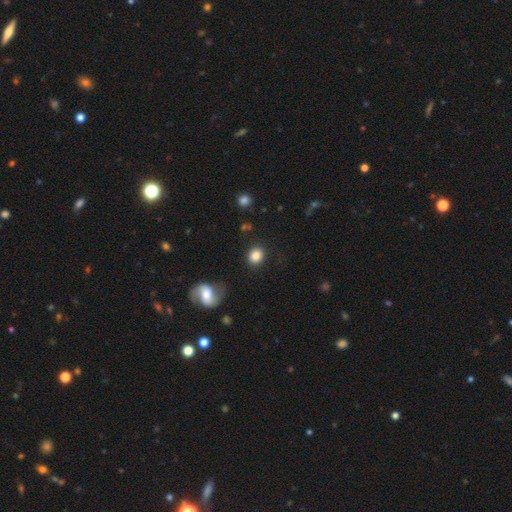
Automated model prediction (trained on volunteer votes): Smooth or featured? Predicted: smooth (p=0.83). How rounded? Predicted: round (p=0.64). Merging? Predicted: none (p=0.84).